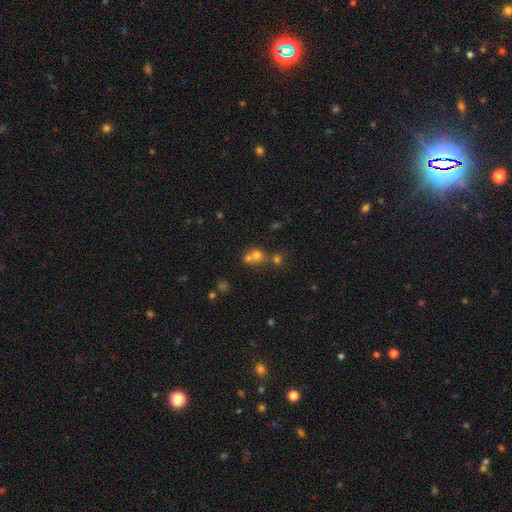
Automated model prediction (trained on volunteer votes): Smooth or featured?
  - smooth: 65% *
  - star or artifact: 20%
  - featured or disk: 16%
How rounded?
  - round: 80% *
  - in between: 19%
  - cigar-shaped: 1%
Merging?
  - merger: 52% *
  - none: 38%
  - minor disturbance: 6%
  - major disturbance: 3%